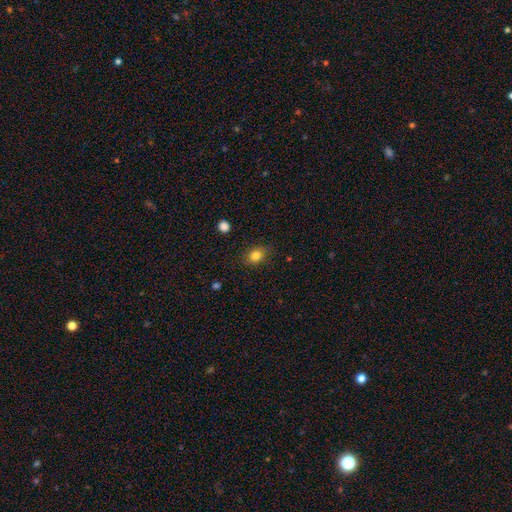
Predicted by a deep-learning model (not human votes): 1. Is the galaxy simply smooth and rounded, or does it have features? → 82% smooth, 11% star or artifact, 7% featured or disk.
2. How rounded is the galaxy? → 57% in between, 42% round, 1% cigar-shaped.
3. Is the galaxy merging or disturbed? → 81% none, 14% minor disturbance, 3% major disturbance, 1% merger.